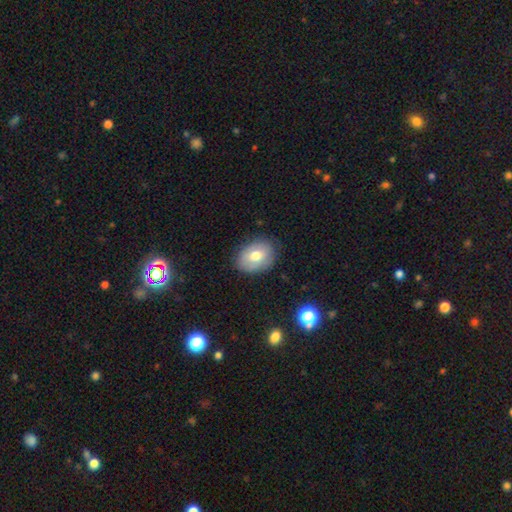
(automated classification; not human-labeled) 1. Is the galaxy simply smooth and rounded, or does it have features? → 68% smooth, 24% featured or disk, 8% star or artifact.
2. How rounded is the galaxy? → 68% in between, 31% round, 1% cigar-shaped.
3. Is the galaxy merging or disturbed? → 81% none, 15% minor disturbance, 3% major disturbance, 1% merger.